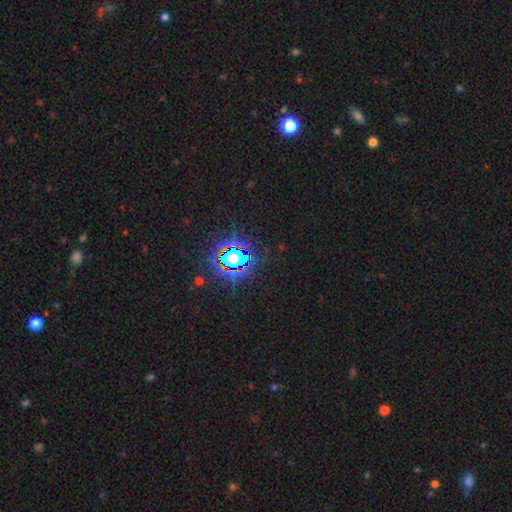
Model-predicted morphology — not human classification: Smooth or featured: star or artifact — 84% (smooth — 10%)